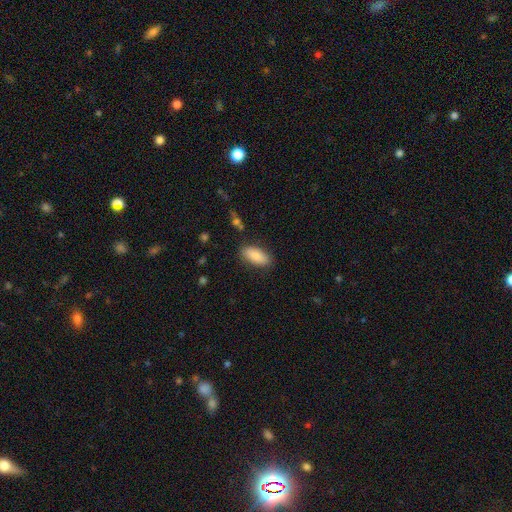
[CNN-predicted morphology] Smooth or featured? Predicted: smooth (p=0.84). How rounded? Predicted: in between (p=0.87). Merging? Predicted: none (p=0.85).